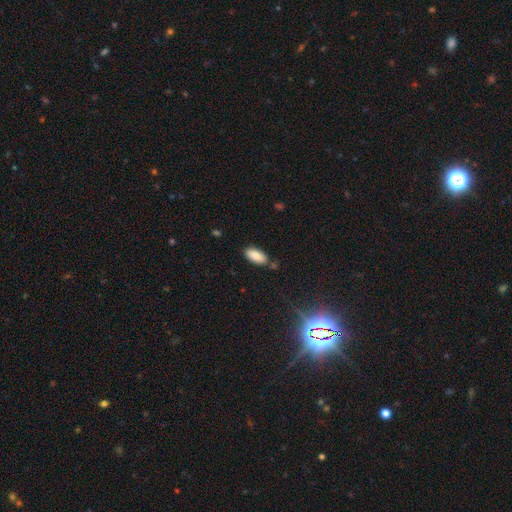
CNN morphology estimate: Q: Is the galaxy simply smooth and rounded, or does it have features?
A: smooth — 85%.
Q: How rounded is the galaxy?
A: in between — 90%.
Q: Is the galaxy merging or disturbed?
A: none — 79%.